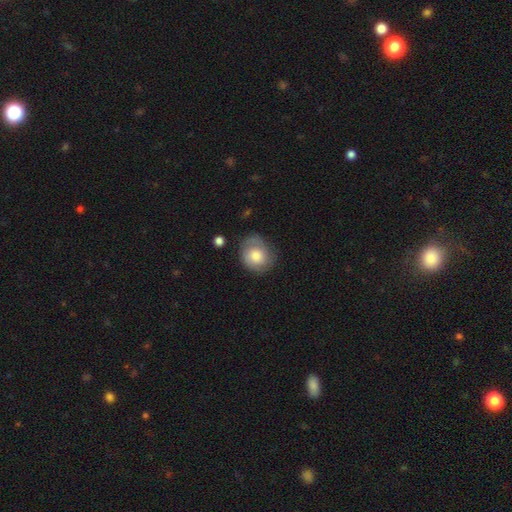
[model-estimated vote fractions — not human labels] Smooth or featured? Predicted: smooth (p=0.59). How rounded? Predicted: round (p=0.73). Merging? Predicted: none (p=0.70).